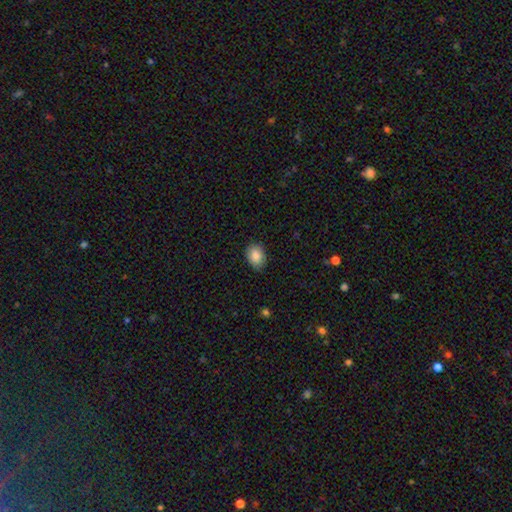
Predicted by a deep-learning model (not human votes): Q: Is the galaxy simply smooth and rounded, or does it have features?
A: smooth — 86%.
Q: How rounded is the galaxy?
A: in between — 65%.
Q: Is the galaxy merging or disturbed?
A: none — 82%.